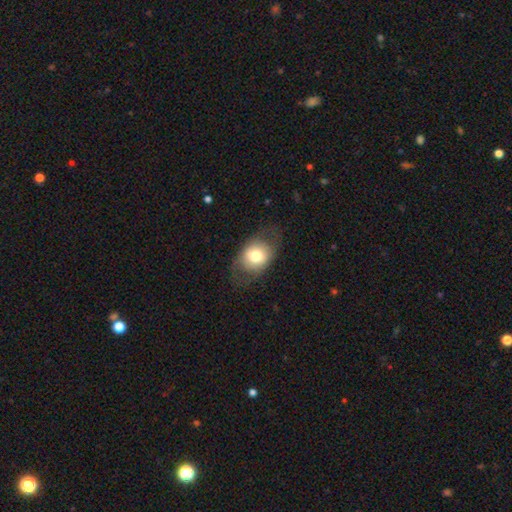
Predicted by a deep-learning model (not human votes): Smooth or featured: smooth — 67% (featured or disk — 26%)
How rounded: in between — 66% (round — 33%)
Merging: none — 72% (minor disturbance — 17%)